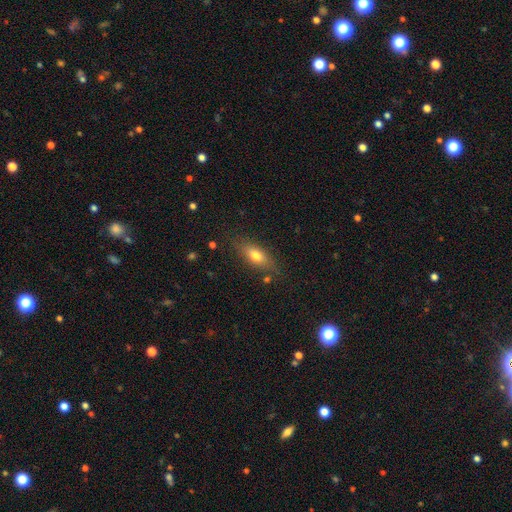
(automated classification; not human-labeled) smooth_or_featured: smooth (p=0.71) [alt: featured or disk p=0.20]
how_rounded: in between (p=0.72) [alt: cigar-shaped p=0.22]
merging: none (p=0.78) [alt: minor disturbance p=0.15]